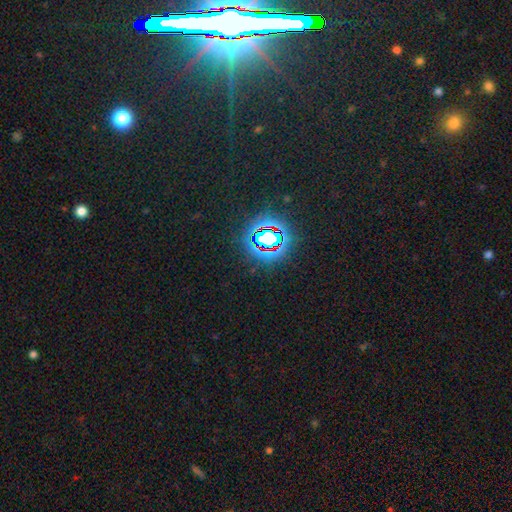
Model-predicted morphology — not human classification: This appears to be a star or artifact, not a galaxy (81%).